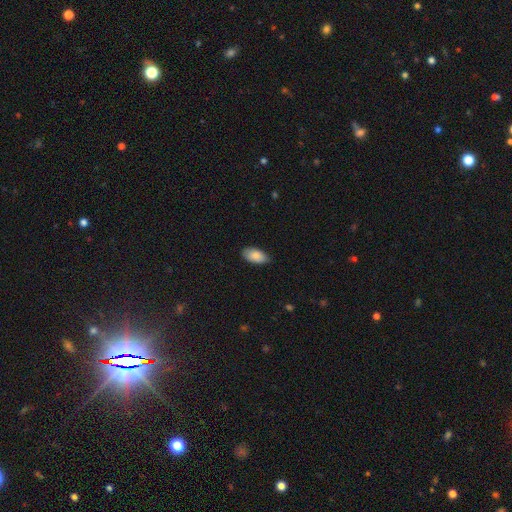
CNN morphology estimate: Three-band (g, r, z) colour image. It shows a smooth galaxy with no disk features (83%) that is in between round and cigar-shaped (94%). Merging: none (81%).